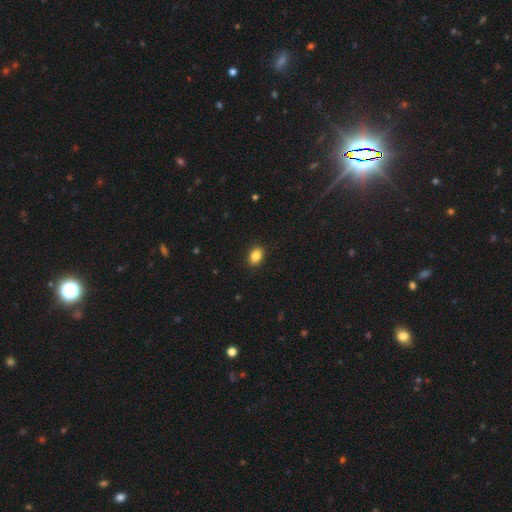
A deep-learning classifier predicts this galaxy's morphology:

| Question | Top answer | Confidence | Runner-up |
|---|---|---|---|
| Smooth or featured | smooth | 86% | star or artifact (9%) |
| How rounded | in between | 79% | round (20%) |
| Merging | none | 90% | minor disturbance (8%) |